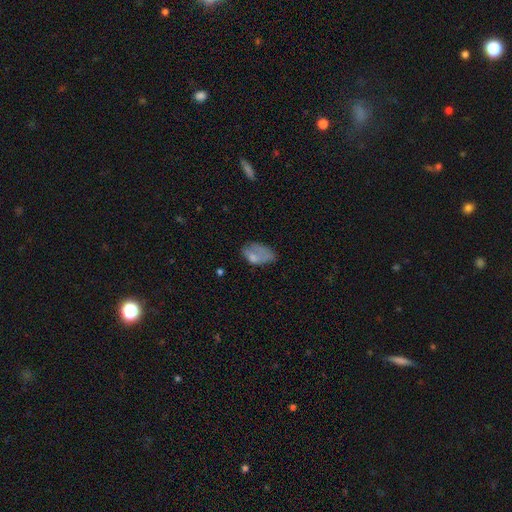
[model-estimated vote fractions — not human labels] Smooth or featured: smooth — 64% (featured or disk — 26%)
How rounded: in between — 91% (round — 7%)
Merging: major disturbance — 35% (minor disturbance — 30%)